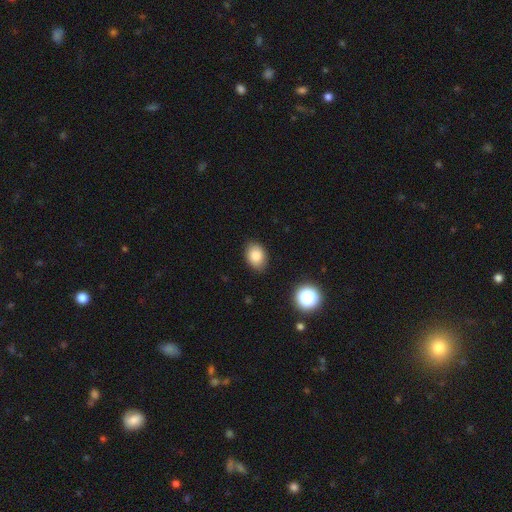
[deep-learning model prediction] The model was most divided on "how rounded": in between: 76%, round: 23%, cigar-shaped: 1%. More confident: merging — none (86%); smooth or featured — smooth (83%).